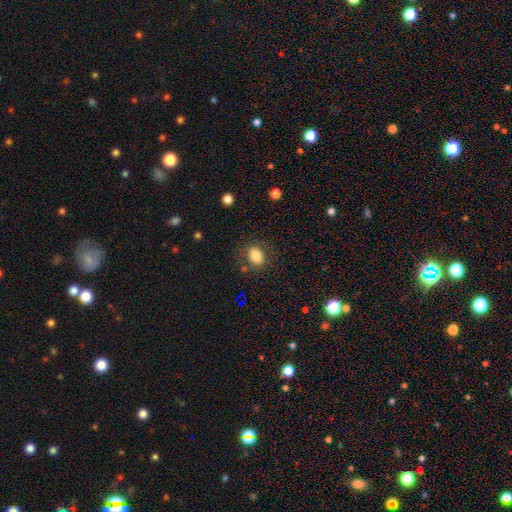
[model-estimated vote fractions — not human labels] A smooth galaxy with no disk features (81%) that is in between round and cigar-shaped (66%). Merging: none (79%).